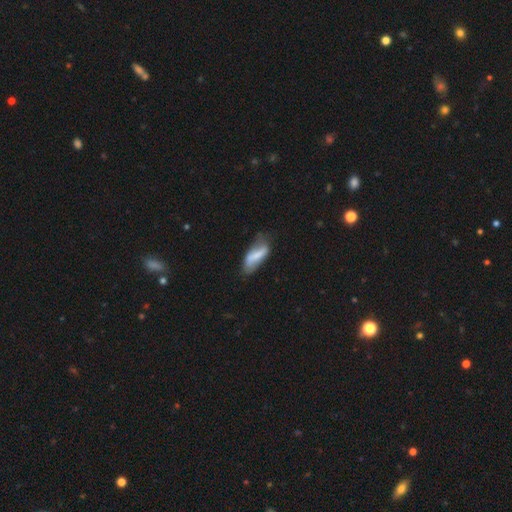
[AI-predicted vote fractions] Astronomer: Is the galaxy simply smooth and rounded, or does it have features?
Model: smooth — 57% (runner-up: featured or disk, 36%).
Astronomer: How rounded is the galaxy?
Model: in between — 74%.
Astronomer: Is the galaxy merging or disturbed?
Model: none — 49% (runner-up: minor disturbance, 34%).